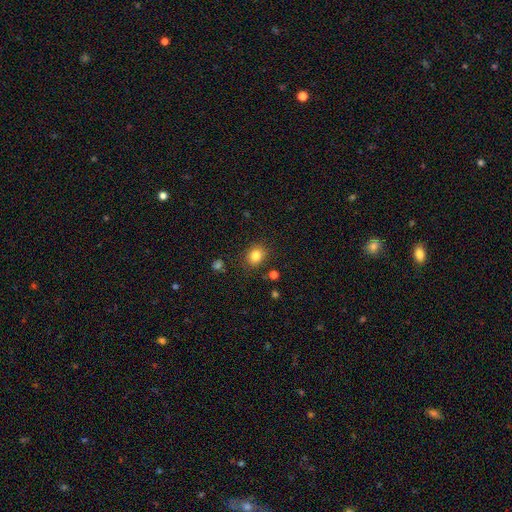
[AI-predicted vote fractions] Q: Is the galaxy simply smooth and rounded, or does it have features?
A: smooth — 82%.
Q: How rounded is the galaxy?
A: round — 64%.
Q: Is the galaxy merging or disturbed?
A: none — 84%.